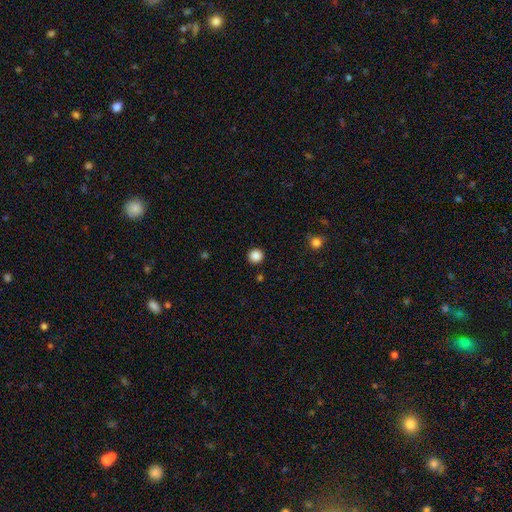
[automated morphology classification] smooth 87%, star or artifact 11%, featured or disk 3%. Down the decision tree: how rounded — round (95%); merging — none (92%).